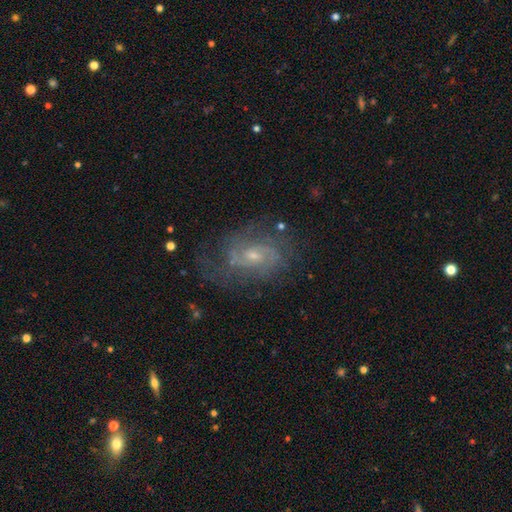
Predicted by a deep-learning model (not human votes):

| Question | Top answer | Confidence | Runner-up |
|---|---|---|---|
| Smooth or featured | featured or disk | 72% | smooth (15%) |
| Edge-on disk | no | 96% | yes (4%) |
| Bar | no | 54% | weak (38%) |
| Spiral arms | yes | 88% | no (12%) |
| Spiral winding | medium | 43% | tight (35%) |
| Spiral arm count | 2 | 47% | can't tell (31%) |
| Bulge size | small | 55% | moderate (39%) |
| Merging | none | 69% | minor disturbance (18%) |